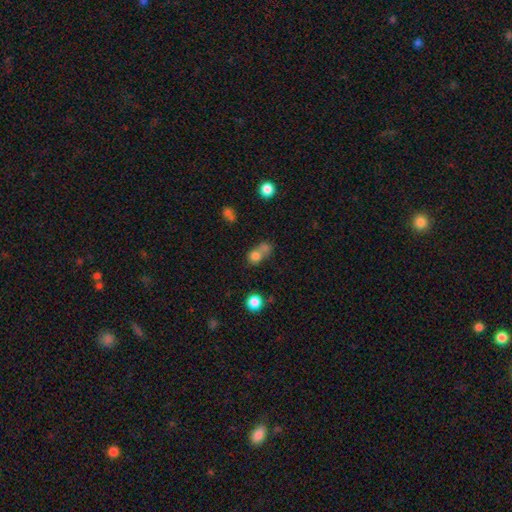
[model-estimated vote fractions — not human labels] Smooth or featured? Predicted: smooth (p=0.73). How rounded? Predicted: round (p=0.70). Merging? Predicted: merger (p=0.55).